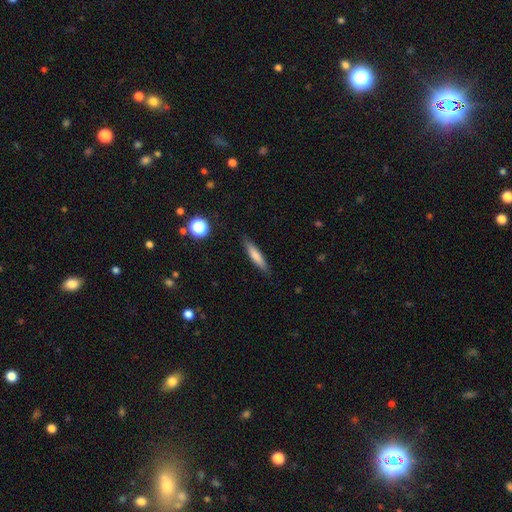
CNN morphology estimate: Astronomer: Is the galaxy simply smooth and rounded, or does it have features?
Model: smooth — 73%.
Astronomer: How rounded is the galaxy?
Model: cigar-shaped — 84%.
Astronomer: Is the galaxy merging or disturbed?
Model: none — 87%.